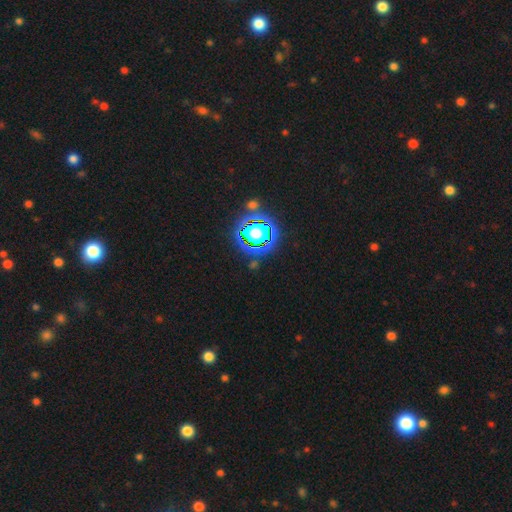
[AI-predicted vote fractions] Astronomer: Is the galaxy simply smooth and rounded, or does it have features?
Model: star or artifact — 81%.